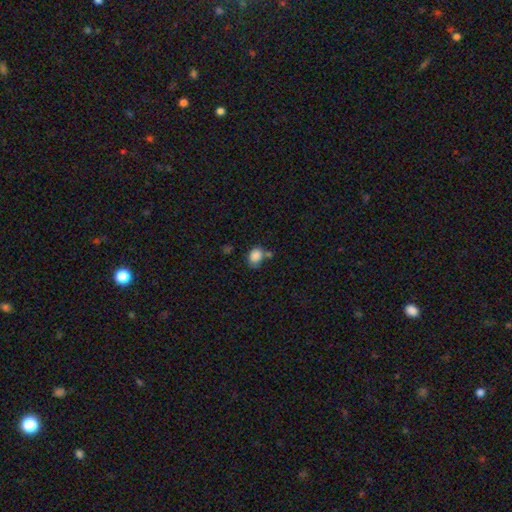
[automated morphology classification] Smooth or featured? Predicted: smooth (p=0.86). How rounded? Predicted: in between (p=0.59). Merging? Predicted: none (p=0.55).